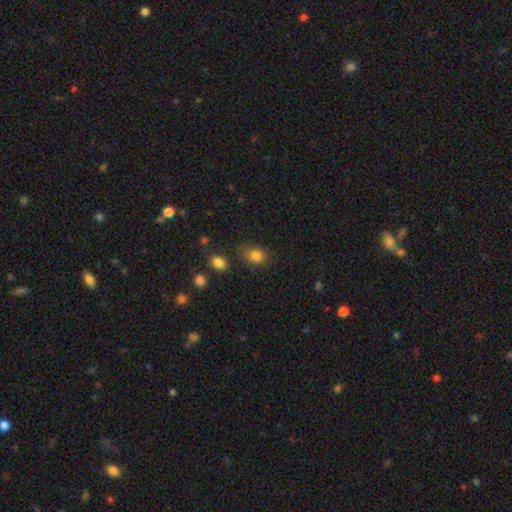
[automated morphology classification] smooth 83%, star or artifact 11%, featured or disk 6%. Down the decision tree: how rounded — in between (57%); merging — none (67%).